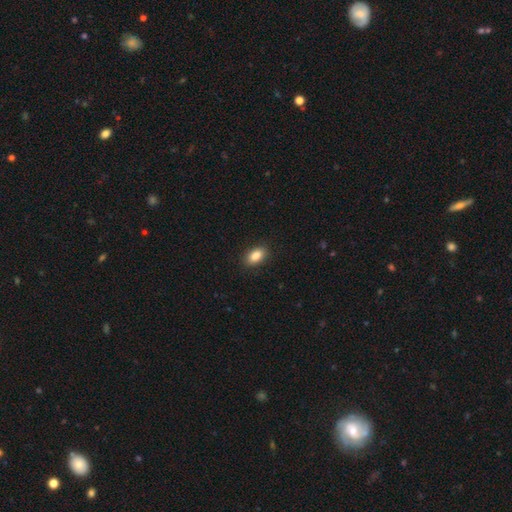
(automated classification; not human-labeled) The model was most divided on "smooth or featured": smooth: 86%, star or artifact: 8%, featured or disk: 6%. More confident: how rounded — in between (90%); merging — none (89%).